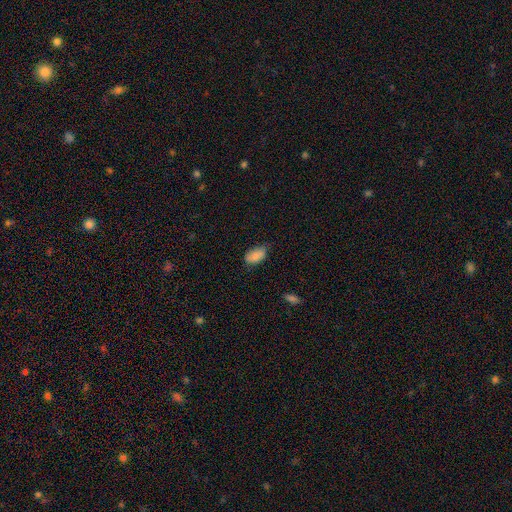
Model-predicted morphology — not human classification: Smooth or featured: smooth — 86% (star or artifact — 8%)
How rounded: in between — 92% (round — 5%)
Merging: none — 61% (minor disturbance — 32%)